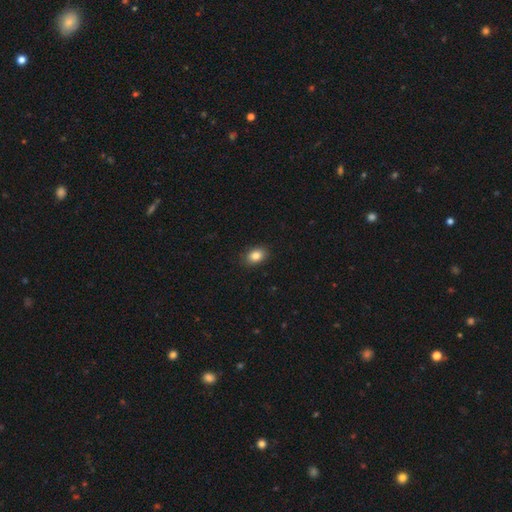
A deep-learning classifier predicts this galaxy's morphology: Overall: smooth (85%). How rounded: in between (74%). Merging: none (89%).